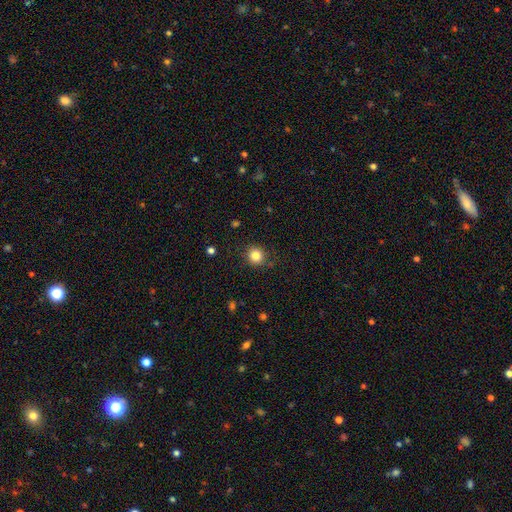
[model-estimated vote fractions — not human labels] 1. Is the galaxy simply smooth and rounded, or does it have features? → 83% smooth, 12% star or artifact, 5% featured or disk.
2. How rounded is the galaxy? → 91% round, 9% in between, 1% cigar-shaped.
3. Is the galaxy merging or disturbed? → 87% none, 8% minor disturbance, 3% major disturbance, 1% merger.